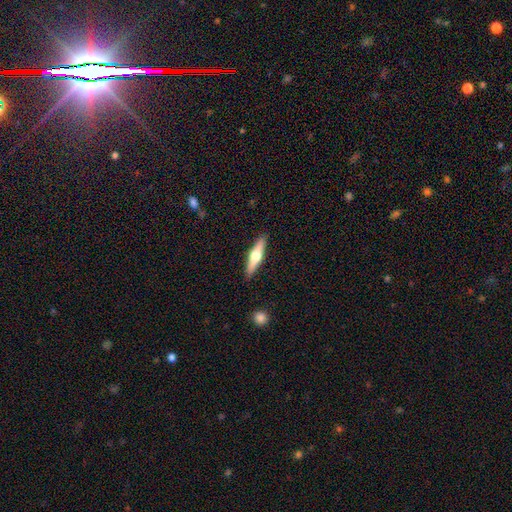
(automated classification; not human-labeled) Smooth or featured? featured or disk (54%)
Edge-on disk? yes (94%)
Edge-on bulge? rounded (94%)
Merging? none (90%)